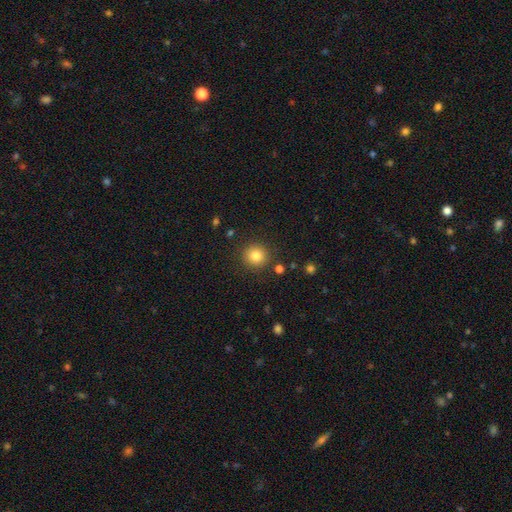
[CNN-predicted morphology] Overall: smooth (83%). How rounded: round (92%). Merging: none (88%).